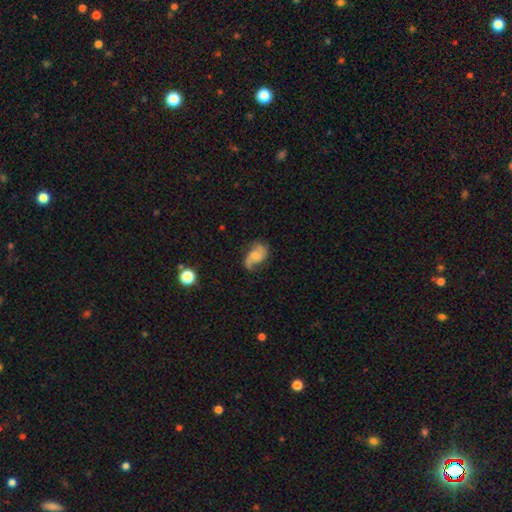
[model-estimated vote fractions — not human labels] Smooth or featured? featured or disk (72%)
Edge-on disk? no (97%)
Bar? no (58%)
Spiral arms? yes (93%)
Spiral winding? loose (60%)
Spiral arm count? 2 (85%)
Bulge size? small (45%)
Merging? none (60%)